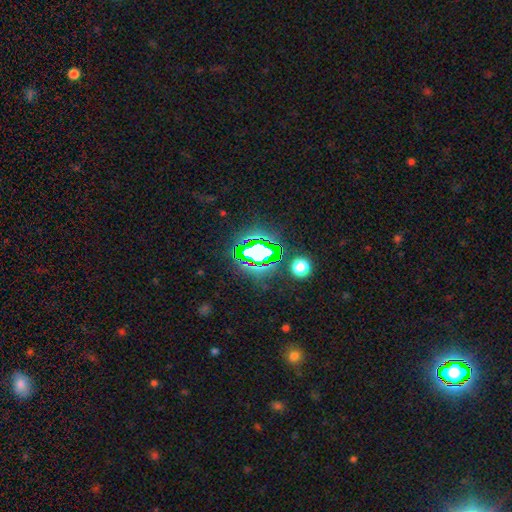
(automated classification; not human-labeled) smooth_or_featured: star or artifact (p=0.68) [alt: smooth p=0.21]